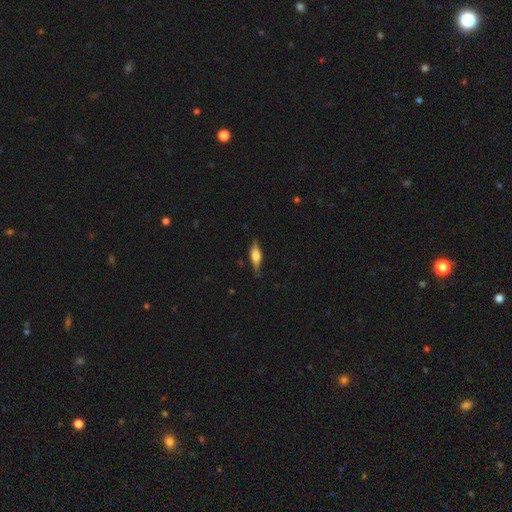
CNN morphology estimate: A smooth galaxy with no disk features (47%).

Vote fractions:
- Smooth or featured? smooth: 47% / featured or disk: 46% / star or artifact: 7%
- Merging? none: 75% / minor disturbance: 19% / major disturbance: 4% / merger: 1%